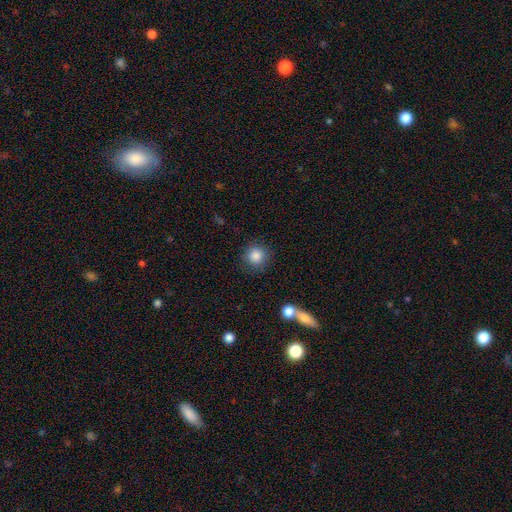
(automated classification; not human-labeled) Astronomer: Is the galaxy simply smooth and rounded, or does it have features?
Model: smooth — 86%.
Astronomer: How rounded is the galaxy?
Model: round — 93%.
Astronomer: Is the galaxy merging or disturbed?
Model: none — 85%.